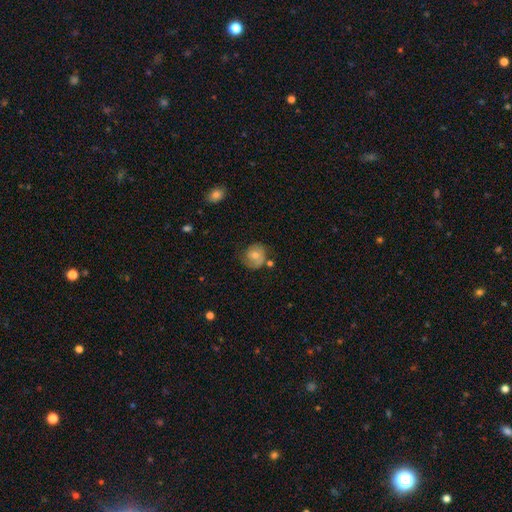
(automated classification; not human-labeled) smooth 62%, featured or disk 30%, star or artifact 8%. Down the decision tree: how rounded — round (79%); merging — none (60%).